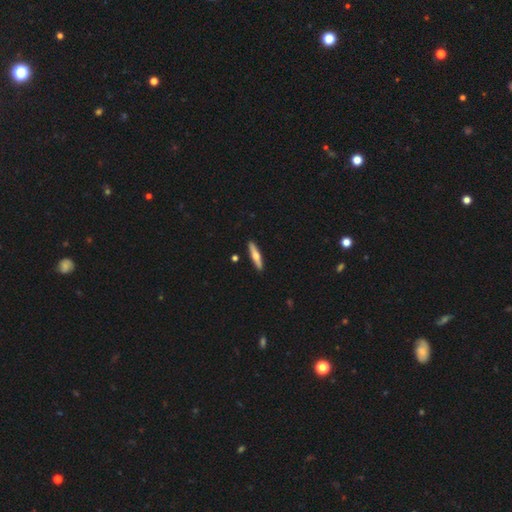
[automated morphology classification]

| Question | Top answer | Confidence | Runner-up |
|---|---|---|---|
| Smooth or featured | featured or disk | 49% | smooth (46%) |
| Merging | none | 91% | minor disturbance (6%) |